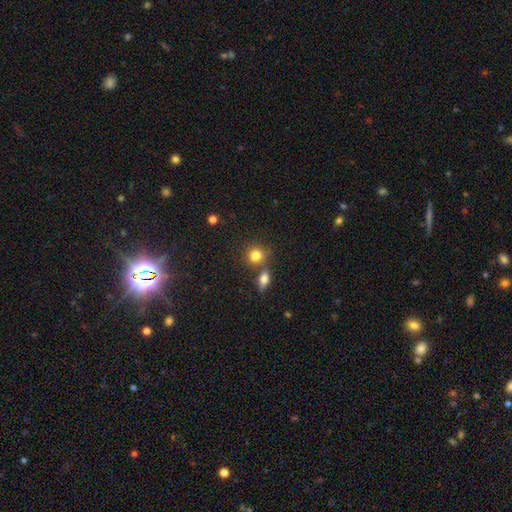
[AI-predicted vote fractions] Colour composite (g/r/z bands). It shows a smooth galaxy with no disk features (82%) that is round (74%). Merging: none (59%).